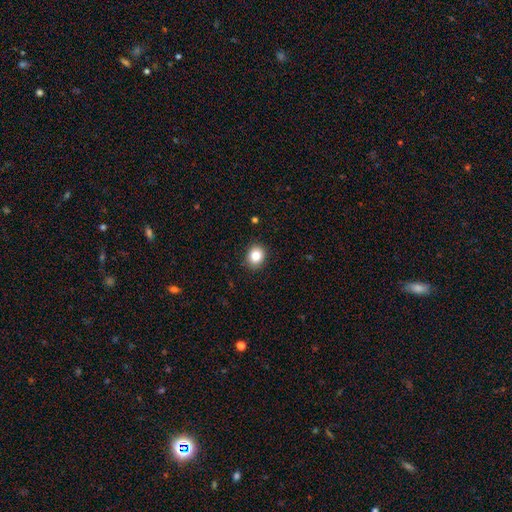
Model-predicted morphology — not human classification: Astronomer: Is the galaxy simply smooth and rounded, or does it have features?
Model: smooth — 85%.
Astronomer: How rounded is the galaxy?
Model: round — 64%.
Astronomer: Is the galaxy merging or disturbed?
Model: none — 89%.